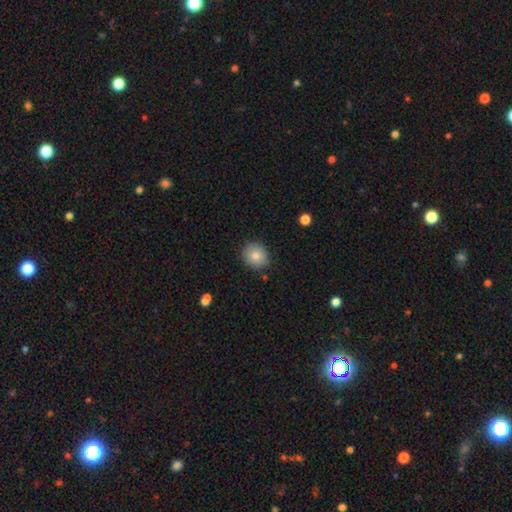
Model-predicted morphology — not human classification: Q: Smooth or featured?
A: smooth (82%); runner-up: featured or disk (9%)
Q: How rounded?
A: round (71%); runner-up: in between (28%)
Q: Merging?
A: none (88%); runner-up: minor disturbance (9%)